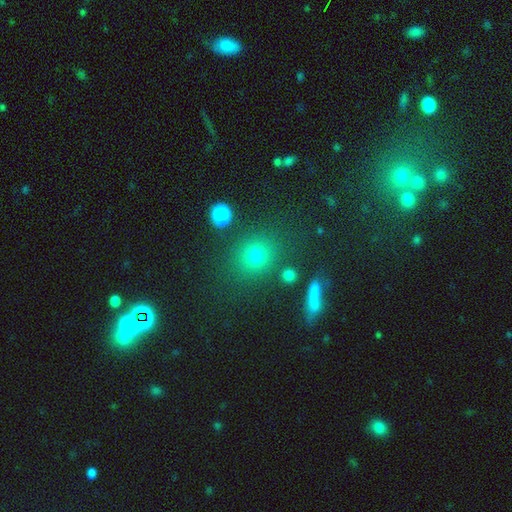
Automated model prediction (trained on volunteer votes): Morphology: type=smooth (71%); roundness=round (82%); merging=none (80%).